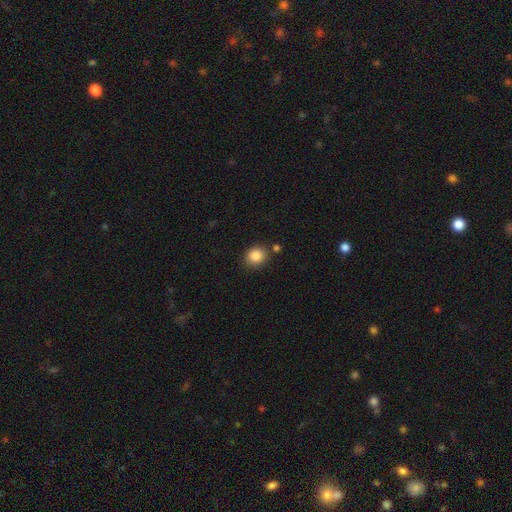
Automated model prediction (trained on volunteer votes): This is clearly a smooth galaxy (86%). How rounded: likely round (64%). Merging: likely none (78%).